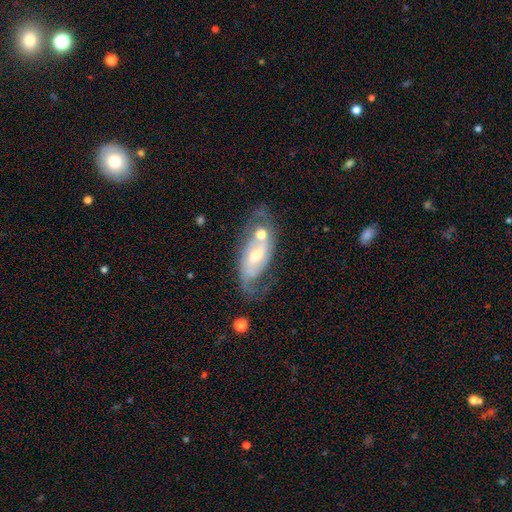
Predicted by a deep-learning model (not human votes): This appears to be a featured or disk galaxy (76%) with a weak bar (44%), 2 (74%) medium (43%) spiral arms (85%) and a moderate central bulge (62%). Merging: none (47%).